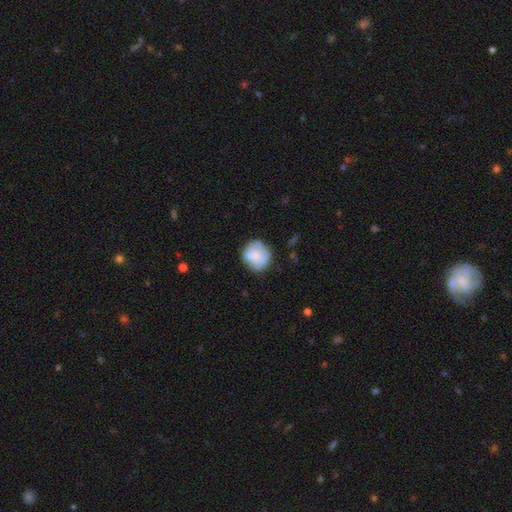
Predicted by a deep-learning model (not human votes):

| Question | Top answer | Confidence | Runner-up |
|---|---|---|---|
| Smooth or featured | smooth | 49% | featured or disk (43%) |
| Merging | none | 62% | minor disturbance (23%) |